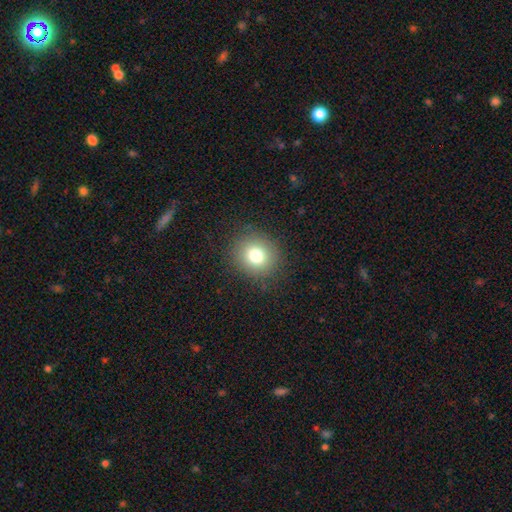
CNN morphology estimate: Smooth or featured? smooth (78%)
How rounded? round (85%)
Merging? none (87%)